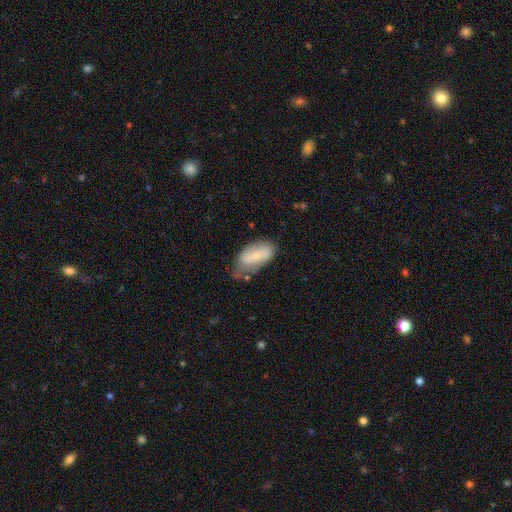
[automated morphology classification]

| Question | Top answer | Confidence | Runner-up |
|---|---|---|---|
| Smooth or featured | smooth | 62% | featured or disk (30%) |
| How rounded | in between | 89% | cigar-shaped (8%) |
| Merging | none | 46% | minor disturbance (36%) |